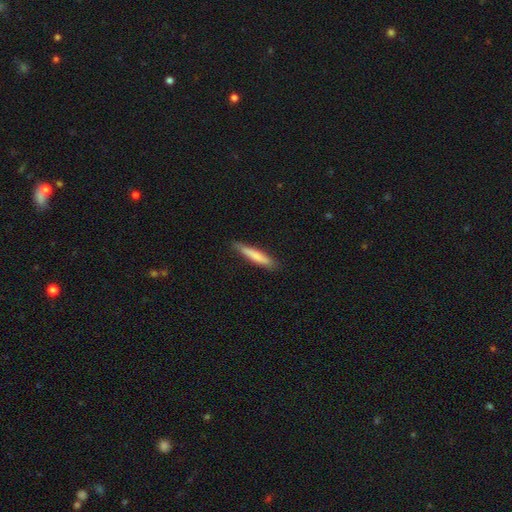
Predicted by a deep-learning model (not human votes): smooth-or-featured: smooth: 77% | featured or disk: 17% | star or artifact: 6%
  how-rounded: cigar-shaped: 93% | in between: 6% | round: 1%
  merging: none: 84% | minor disturbance: 13% | major disturbance: 2% | merger: 1%